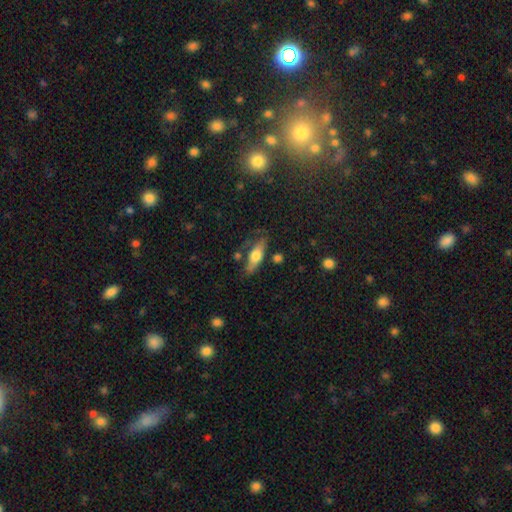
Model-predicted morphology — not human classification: smooth 61%, featured or disk 33%, star or artifact 7%. Down the decision tree: how rounded — in between (54%); merging — none (68%).